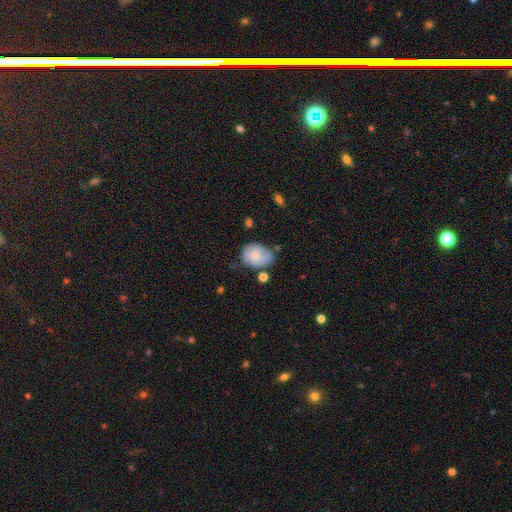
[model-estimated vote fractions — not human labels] Smooth or featured: smooth — 65% (featured or disk — 27%)
How rounded: in between — 58% (round — 41%)
Merging: none — 48% (minor disturbance — 34%)